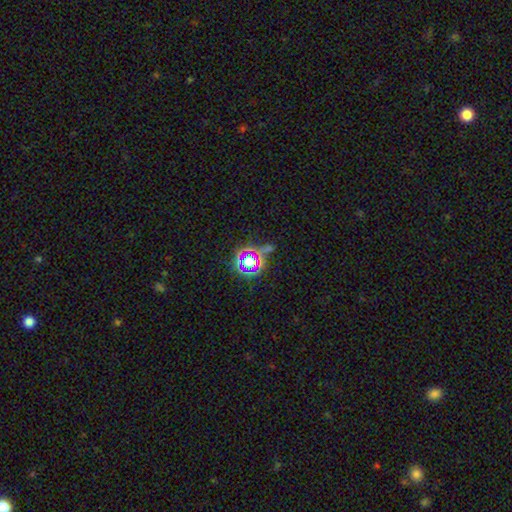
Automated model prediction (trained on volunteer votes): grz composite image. It shows a star or artifact, not a galaxy (73%).